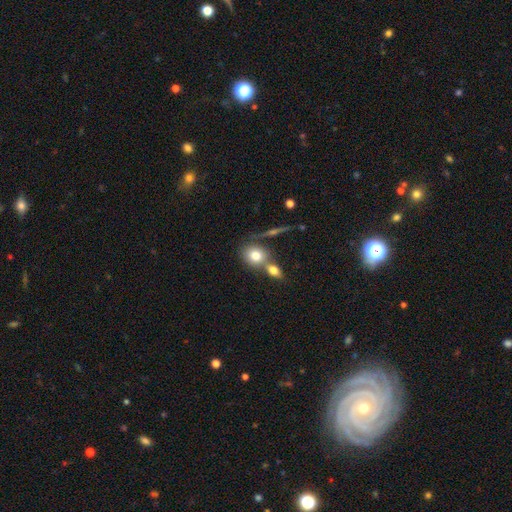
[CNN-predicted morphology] A smooth galaxy with no disk features (76%) that is round (63%). Merging: none (48%).